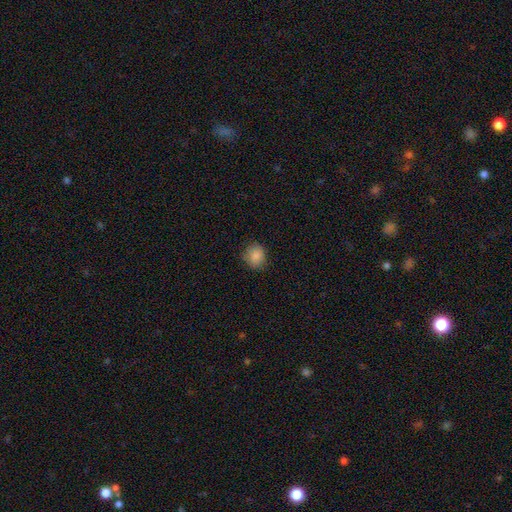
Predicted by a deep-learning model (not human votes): Morphology: type=smooth (86%); roundness=round (80%); merging=none (83%).